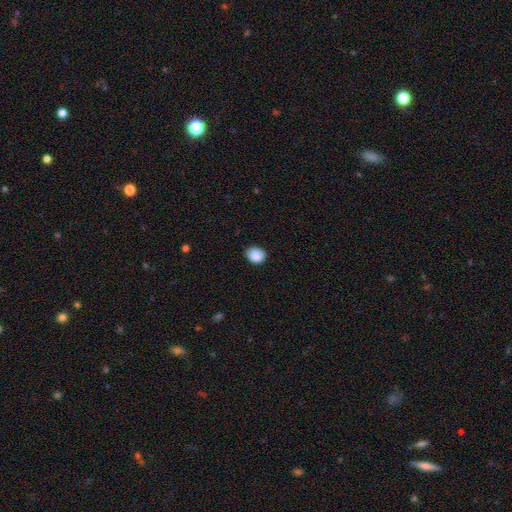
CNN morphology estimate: type=smooth (88%); roundness=round (50%); merging=none (78%).